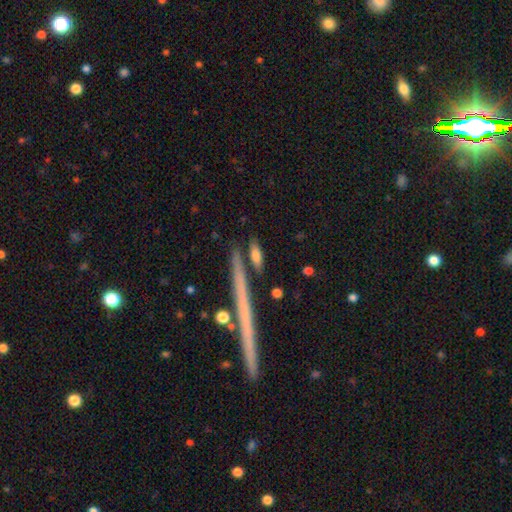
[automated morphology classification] Smooth or featured? smooth (73%)
How rounded? cigar-shaped (48%)
Merging? none (72%)